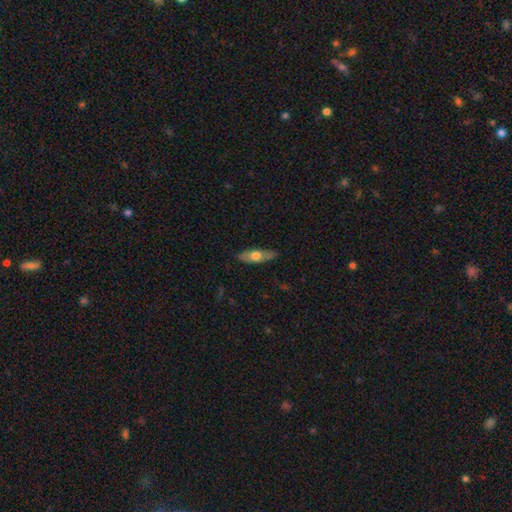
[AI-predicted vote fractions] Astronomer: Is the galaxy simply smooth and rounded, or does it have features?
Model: smooth — 53% (runner-up: featured or disk, 41%).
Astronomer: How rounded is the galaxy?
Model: in between — 49% (runner-up: cigar-shaped, 48%).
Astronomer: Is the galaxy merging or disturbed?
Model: none — 84%.